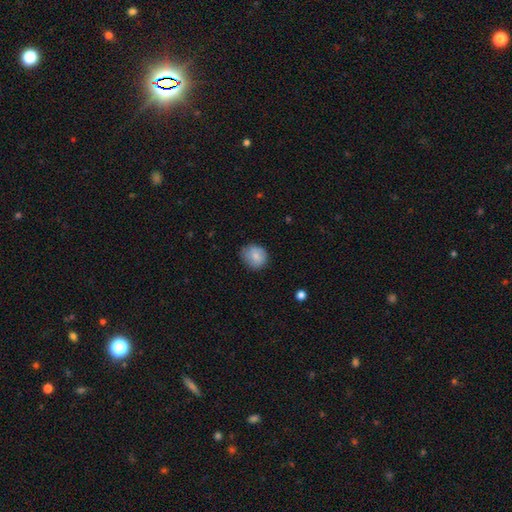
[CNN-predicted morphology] The model was most divided on "how rounded": round: 71%, in between: 28%, cigar-shaped: 1%. More confident: smooth or featured — smooth (84%); merging — none (74%).